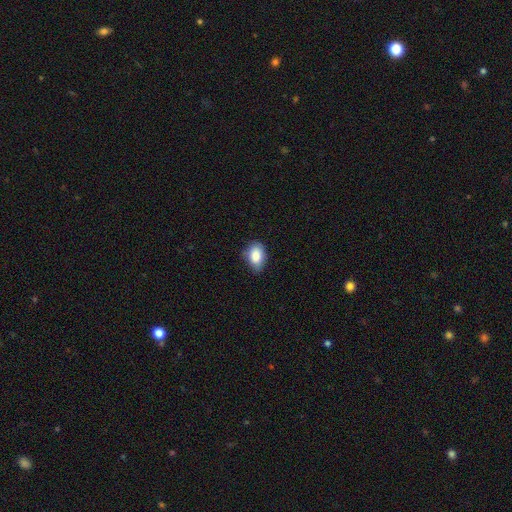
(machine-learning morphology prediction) smooth 85%, star or artifact 8%, featured or disk 7%. Down the decision tree: how rounded — in between (84%); merging — none (66%).